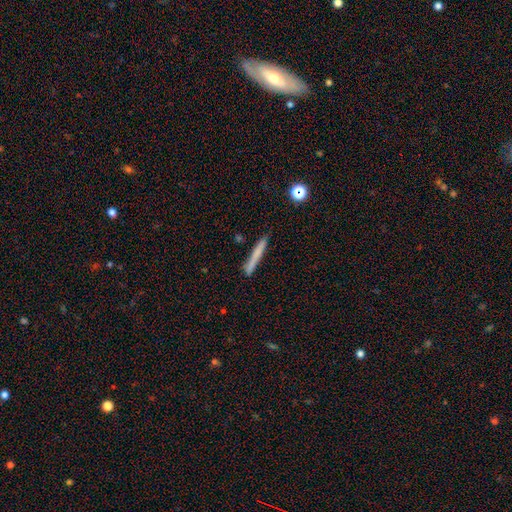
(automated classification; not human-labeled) Smooth or featured? smooth (70%)
How rounded? cigar-shaped (96%)
Merging? none (88%)